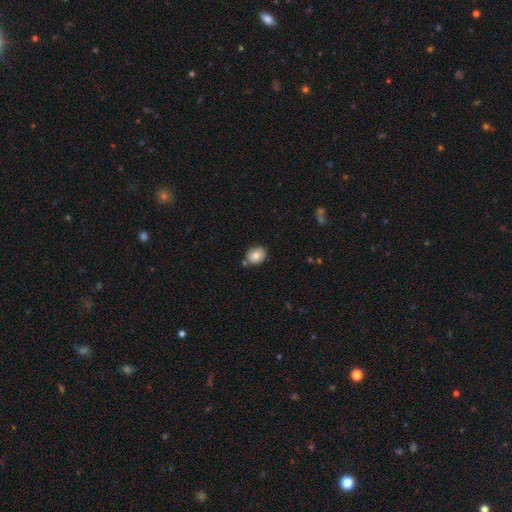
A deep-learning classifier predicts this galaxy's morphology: smooth_or_featured: smooth (p=0.80) [alt: featured or disk p=0.11]
how_rounded: round (p=0.52) [alt: in between p=0.47]
merging: none (p=0.73) [alt: minor disturbance p=0.16]